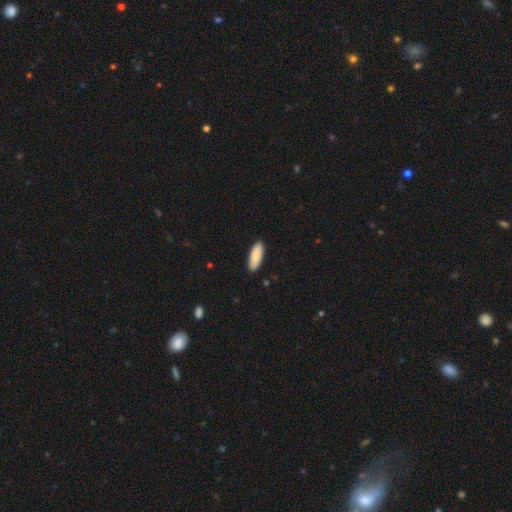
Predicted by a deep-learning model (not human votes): smooth-or-featured: smooth: 88% | featured or disk: 7% | star or artifact: 5%
  how-rounded: in between: 67% | cigar-shaped: 32% | round: 2%
  merging: none: 90% | minor disturbance: 8% | major disturbance: 1% | merger: 1%